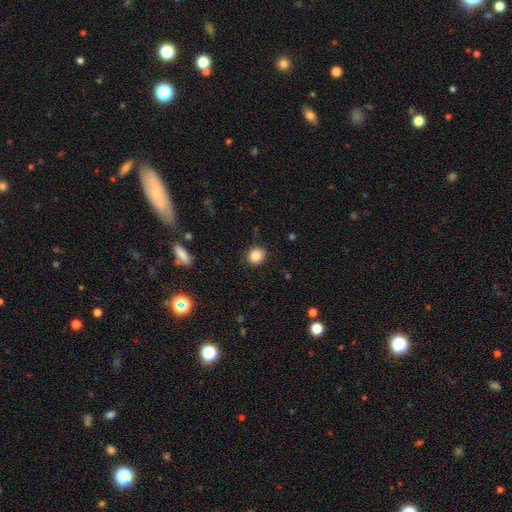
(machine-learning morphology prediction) This appears to be a smooth galaxy with no disk features (87%) that is round (82%). Merging: none (84%).